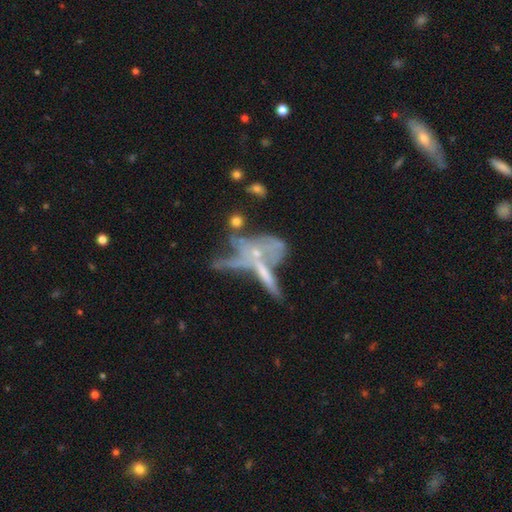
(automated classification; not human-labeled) Smooth or featured?
  - featured or disk: 65% *
  - smooth: 21%
  - star or artifact: 14%
Edge-on disk?
  - no: 69% *
  - yes: 31%
Merging?
  - merger: 48% *
  - none: 24%
  - major disturbance: 17%
  - minor disturbance: 12%